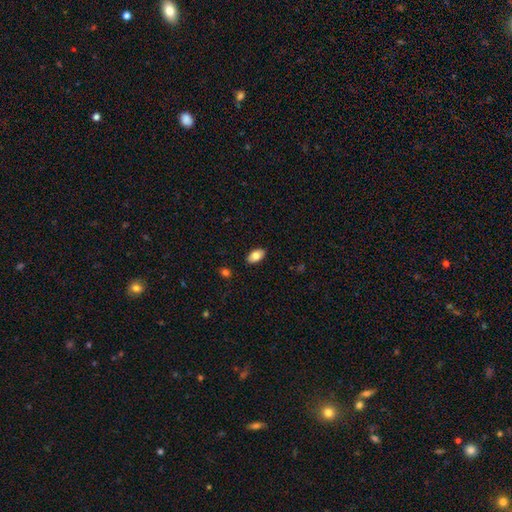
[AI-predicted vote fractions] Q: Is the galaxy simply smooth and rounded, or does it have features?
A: smooth — 82%.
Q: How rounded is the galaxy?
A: in between — 93%.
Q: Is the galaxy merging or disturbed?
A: none — 89%.